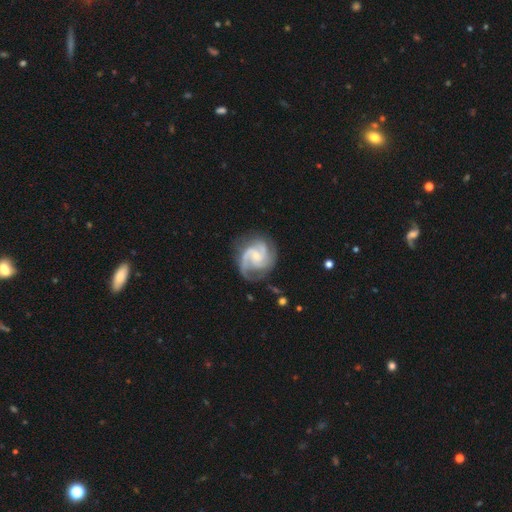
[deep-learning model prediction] This appears to be a featured or disk galaxy (90%) with no bar (57%), 3 (47%) medium (49%) spiral arms (98%) and a small central bulge (65%). Merging: none (71%).